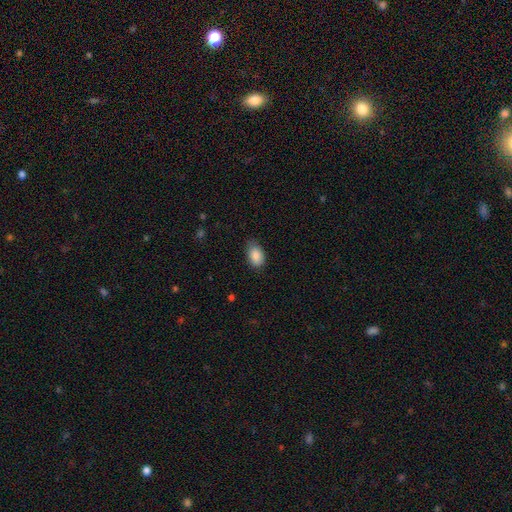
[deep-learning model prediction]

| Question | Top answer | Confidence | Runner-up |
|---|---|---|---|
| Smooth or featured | smooth | 88% | star or artifact (7%) |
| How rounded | in between | 90% | round (8%) |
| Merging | none | 73% | minor disturbance (22%) |